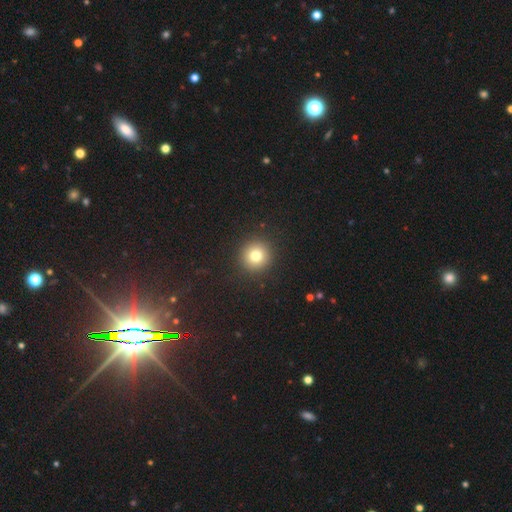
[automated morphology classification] Q: Smooth or featured?
A: smooth (78%); runner-up: star or artifact (13%)
Q: How rounded?
A: round (95%); runner-up: in between (5%)
Q: Merging?
A: none (92%); runner-up: minor disturbance (5%)